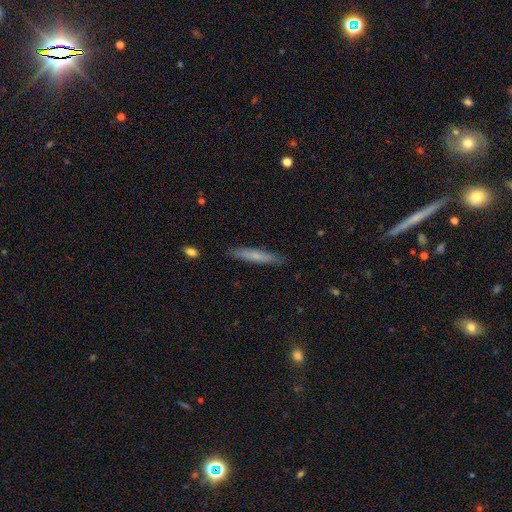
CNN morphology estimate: smooth-or-featured: smooth: 66% | featured or disk: 28% | star or artifact: 6%
  how-rounded: cigar-shaped: 93% | in between: 5% | round: 1%
  merging: none: 87% | minor disturbance: 10% | major disturbance: 2% | merger: 1%